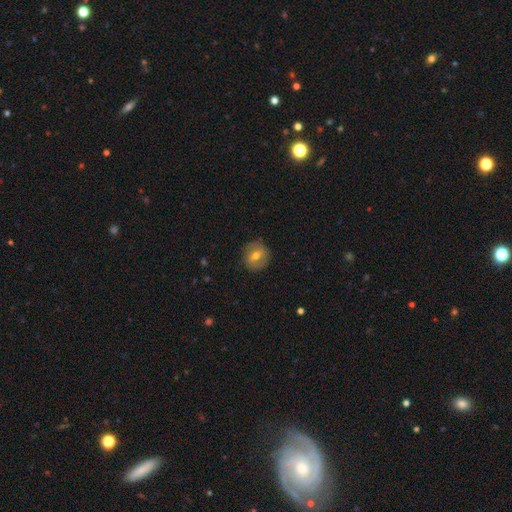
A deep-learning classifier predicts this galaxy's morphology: smooth_or_featured: smooth (p=0.58) [alt: featured or disk p=0.34]
how_rounded: round (p=0.87) [alt: in between p=0.12]
merging: none (p=0.86) [alt: minor disturbance p=0.10]